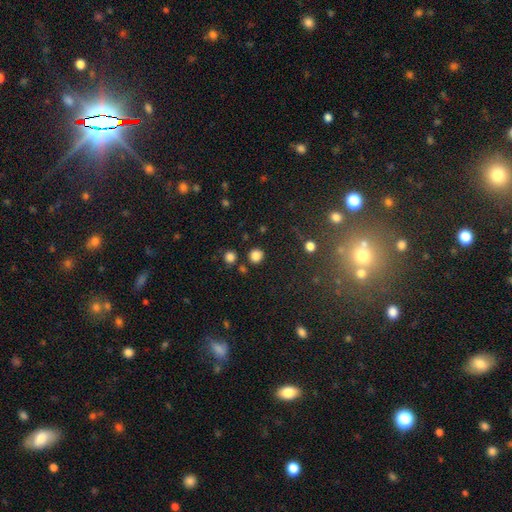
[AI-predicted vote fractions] smooth-or-featured: smooth: 82% | star or artifact: 13% | featured or disk: 4%
  how-rounded: round: 89% | in between: 10% | cigar-shaped: 1%
  merging: none: 85% | minor disturbance: 7% | merger: 6% | major disturbance: 3%